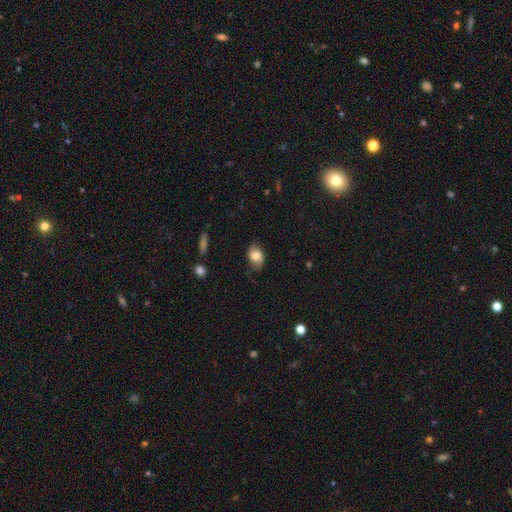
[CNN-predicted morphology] This is likely a smooth galaxy (70%). How rounded: likely in between (78%). Merging: likely none (72%).